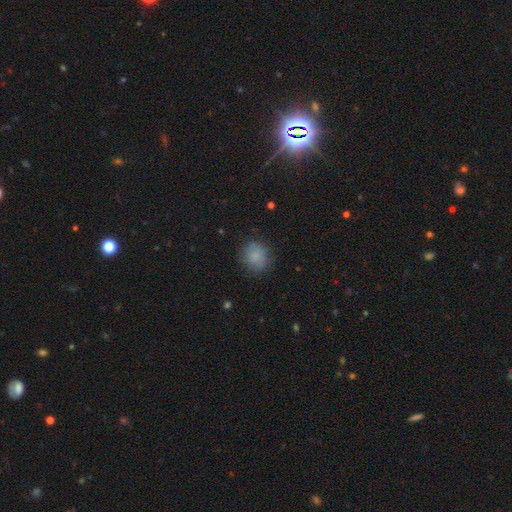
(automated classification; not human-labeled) This appears to be a smooth galaxy with no disk features (83%) that is round (85%). Merging: none (79%).